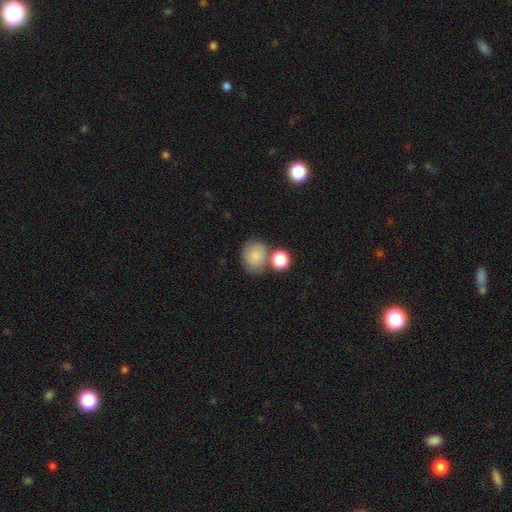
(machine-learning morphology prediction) A smooth galaxy with no disk features (82%) that is round (57%). Merging: none (59%).